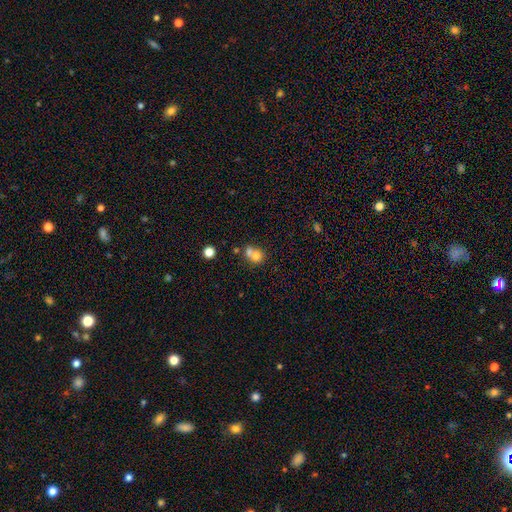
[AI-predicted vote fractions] A smooth galaxy with no disk features (71%) that is round (77%).

Vote fractions:
- Smooth or featured? smooth: 71% / featured or disk: 16% / star or artifact: 12%
- How rounded? round: 77% / in between: 22% / cigar-shaped: 1%
- Merging? merger: 60% / none: 31% / minor disturbance: 6% / major disturbance: 3%